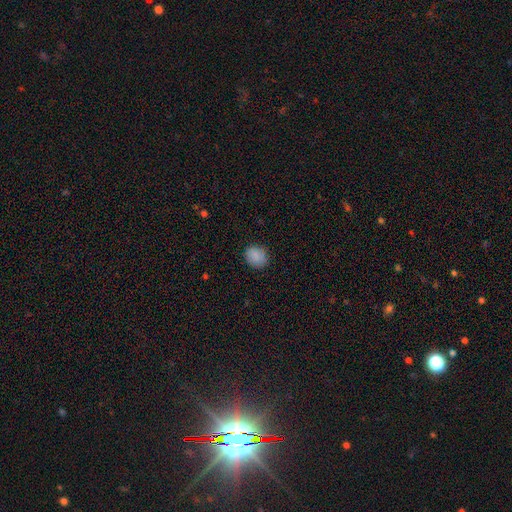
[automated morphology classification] This is clearly a smooth galaxy (88%). How rounded: likely round (68%). Merging: clearly none (87%).